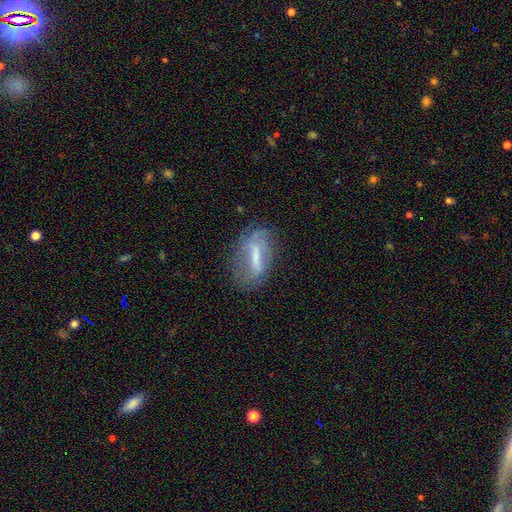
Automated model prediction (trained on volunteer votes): A featured or disk galaxy (51%).

Vote fractions:
- Smooth or featured? featured or disk: 51% / smooth: 40% / star or artifact: 10%
- Edge-on disk? no: 80% / yes: 20%
- Merging? none: 61% / minor disturbance: 23% / major disturbance: 14% / merger: 2%